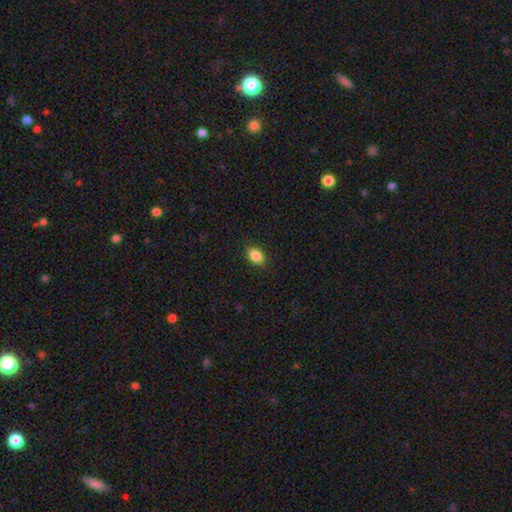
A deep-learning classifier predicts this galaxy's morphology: The model was most divided on "how rounded": in between: 83%, round: 16%, cigar-shaped: 1%. More confident: merging — none (89%); smooth or featured — smooth (88%).